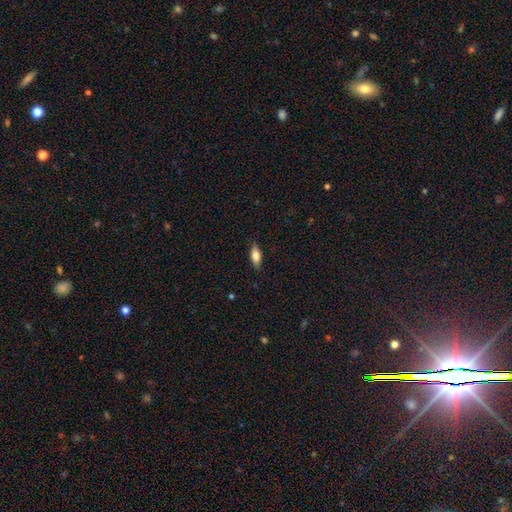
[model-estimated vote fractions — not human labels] This is likely a smooth galaxy (71%). How rounded: likely in between (75%). Merging: clearly none (84%).